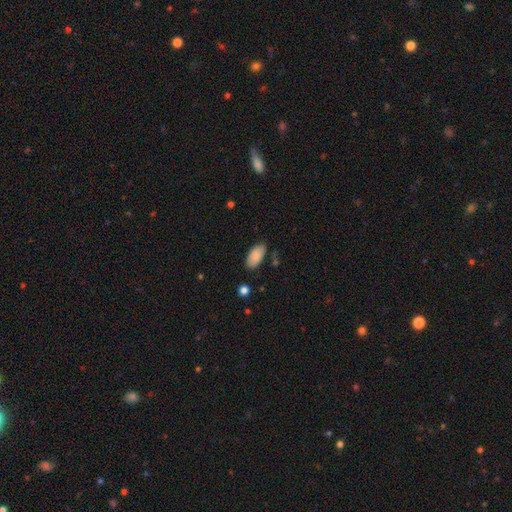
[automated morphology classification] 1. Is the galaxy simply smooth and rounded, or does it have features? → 84% smooth, 9% featured or disk, 7% star or artifact.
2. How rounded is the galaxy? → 94% in between, 4% cigar-shaped, 2% round.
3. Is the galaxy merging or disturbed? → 78% none, 17% minor disturbance, 3% major disturbance, 2% merger.